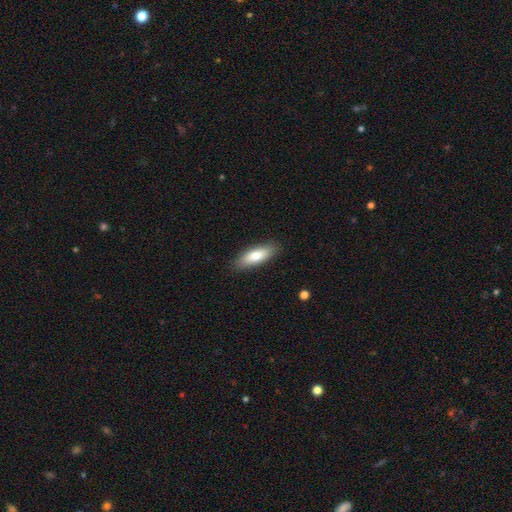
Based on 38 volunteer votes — A smooth galaxy with no disk features (87%) that is in between round and cigar-shaped (85%).

Vote fractions:
- Smooth or featured? smooth: 87% / featured or disk: 8% / star or artifact: 5%
- How rounded? in between: 85% / cigar-shaped: 15% / round: 0%
- Merging? none: 86% / minor disturbance: 11% / major disturbance: 3% / merger: 0%